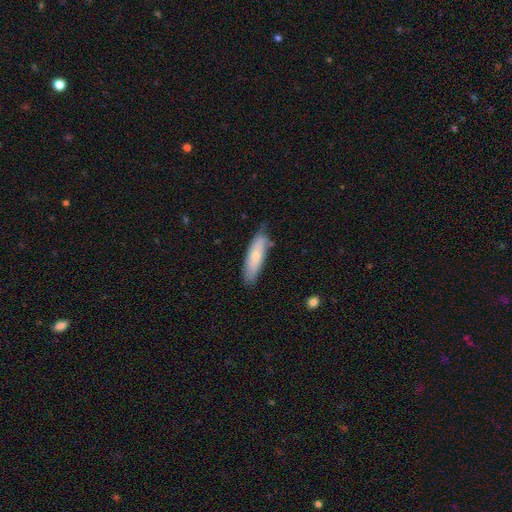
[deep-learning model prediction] Morphology: type=smooth (68%); roundness=cigar-shaped (59%); merging=none (72%).